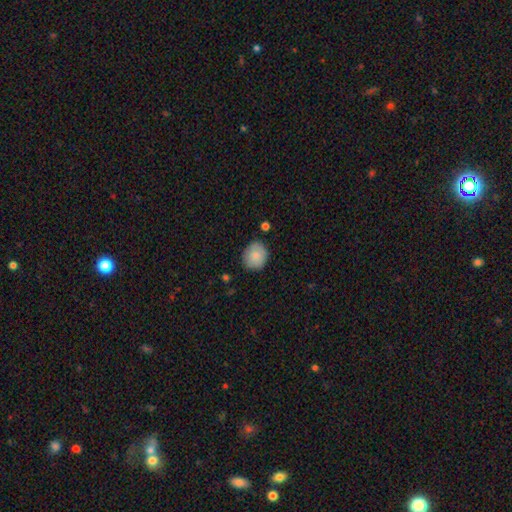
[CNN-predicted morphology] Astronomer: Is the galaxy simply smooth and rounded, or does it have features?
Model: smooth — 84%.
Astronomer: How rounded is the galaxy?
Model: round — 69%.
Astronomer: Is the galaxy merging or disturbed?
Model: none — 81%.